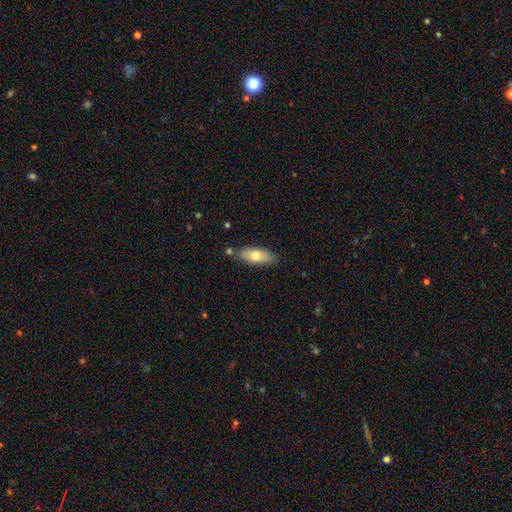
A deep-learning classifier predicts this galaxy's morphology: Smooth or featured? smooth (69%)
How rounded? in between (75%)
Merging? none (79%)